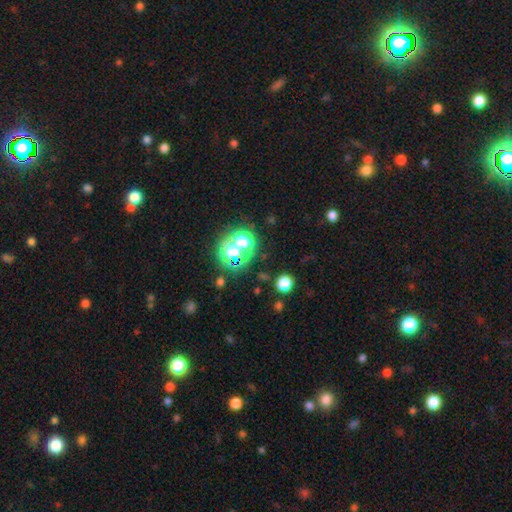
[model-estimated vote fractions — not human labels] This is likely a star or artifact rather than a galaxy (70%).